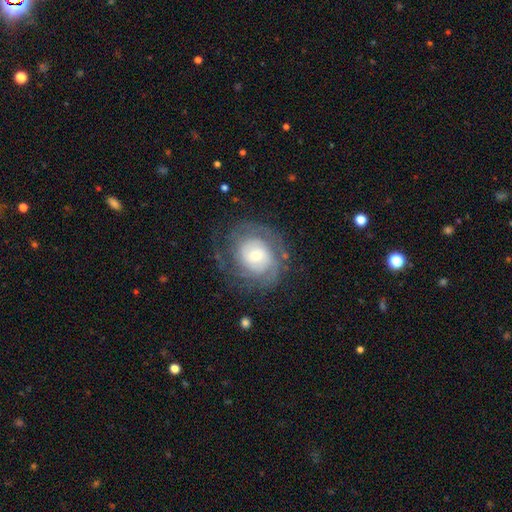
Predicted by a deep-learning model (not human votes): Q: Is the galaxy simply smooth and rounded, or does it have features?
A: featured or disk — 75%.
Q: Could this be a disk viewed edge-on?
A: no — 97%.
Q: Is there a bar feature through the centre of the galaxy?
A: no — 73%.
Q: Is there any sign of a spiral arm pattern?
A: yes — 86%.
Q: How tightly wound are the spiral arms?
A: tight — 67%.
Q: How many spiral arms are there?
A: can't tell — 43%.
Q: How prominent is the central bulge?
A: small — 50%.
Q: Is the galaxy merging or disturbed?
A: none — 71%.